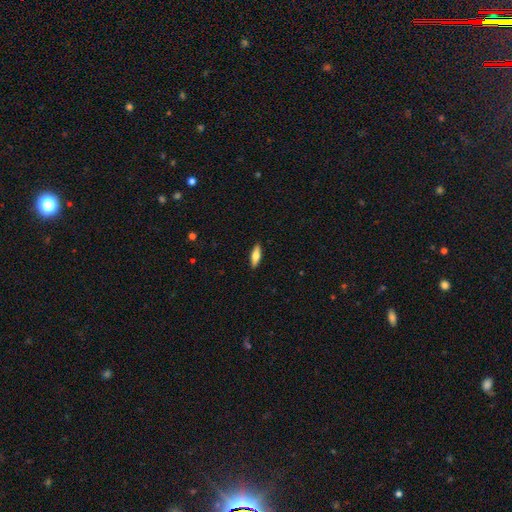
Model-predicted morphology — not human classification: This is likely a smooth galaxy (67%). How rounded: possibly in between (56%). Merging: clearly none (90%).